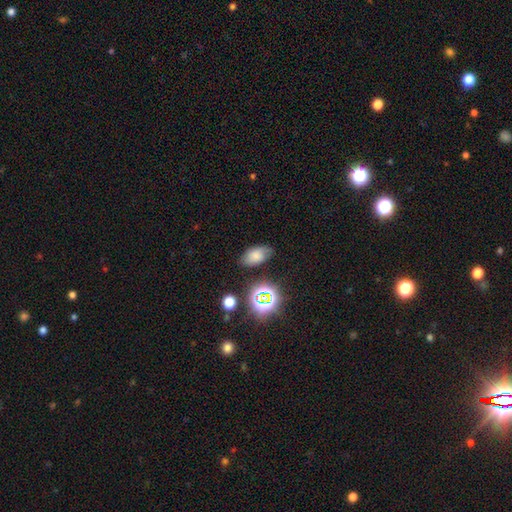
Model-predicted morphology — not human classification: A smooth galaxy with no disk features (67%) that is in between round and cigar-shaped (90%).

Vote fractions:
- Smooth or featured? smooth: 67% / star or artifact: 18% / featured or disk: 15%
- How rounded? in between: 90% / round: 8% / cigar-shaped: 2%
- Merging? none: 74% / minor disturbance: 19% / major disturbance: 5% / merger: 3%